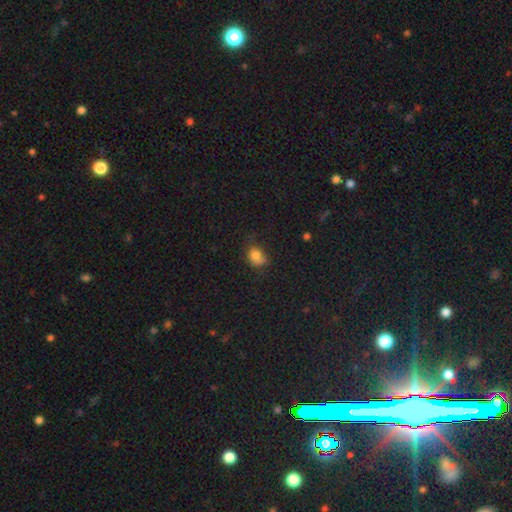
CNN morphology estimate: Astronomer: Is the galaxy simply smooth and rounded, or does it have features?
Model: smooth — 78%.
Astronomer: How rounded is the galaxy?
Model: in between — 53% (runner-up: round, 46%).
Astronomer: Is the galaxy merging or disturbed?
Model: none — 45% (runner-up: minor disturbance, 33%).